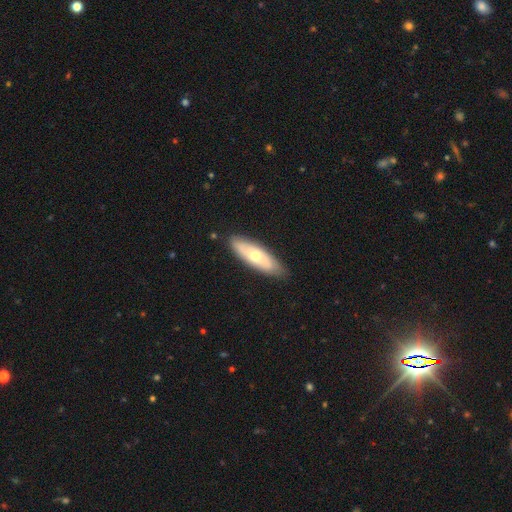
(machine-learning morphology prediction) Smooth or featured? smooth (50%)
How rounded? in between (60%)
Merging? none (84%)